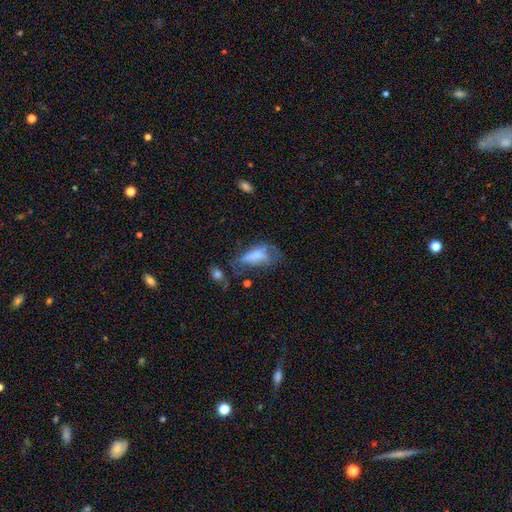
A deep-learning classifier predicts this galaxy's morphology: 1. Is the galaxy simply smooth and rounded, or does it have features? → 61% smooth, 29% featured or disk, 11% star or artifact.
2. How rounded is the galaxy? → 77% in between, 18% cigar-shaped, 4% round.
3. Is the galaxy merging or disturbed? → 42% major disturbance, 26% none, 25% minor disturbance, 7% merger.